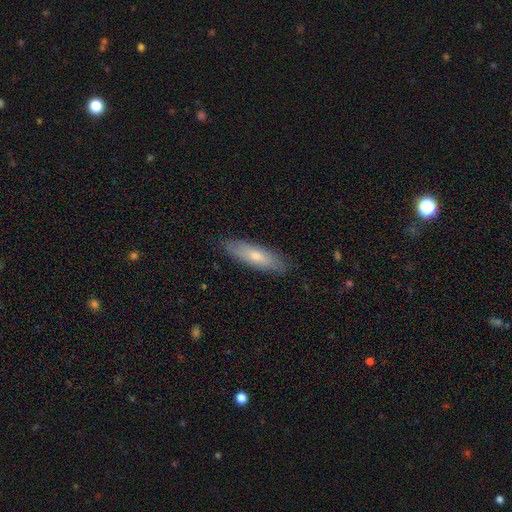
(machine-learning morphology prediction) Smooth or featured? smooth (62%)
How rounded? cigar-shaped (67%)
Merging? none (86%)